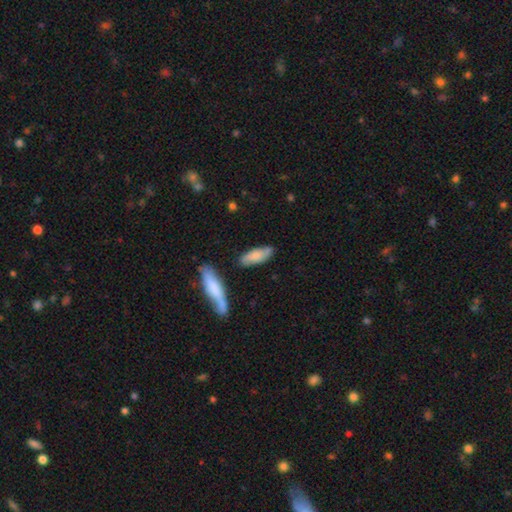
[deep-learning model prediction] Smooth or featured? smooth (69%)
How rounded? in between (64%)
Merging? none (74%)